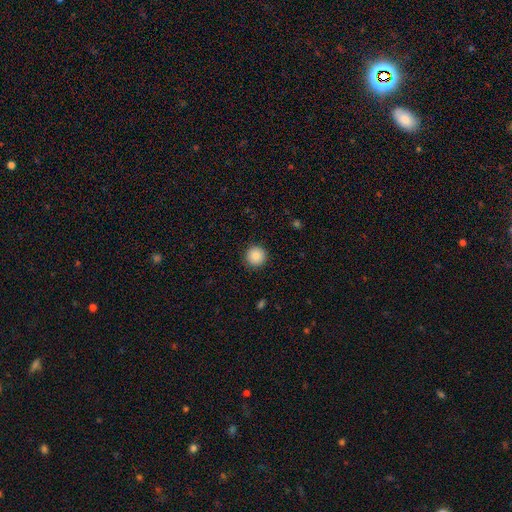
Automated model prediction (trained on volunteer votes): smooth-or-featured: smooth: 86% | star or artifact: 9% | featured or disk: 5%
  how-rounded: round: 96% | in between: 3% | cigar-shaped: 1%
  merging: none: 92% | minor disturbance: 6% | major disturbance: 2% | merger: 1%